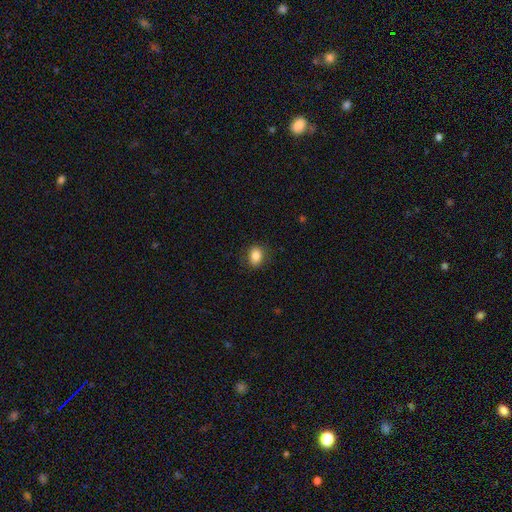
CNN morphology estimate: A smooth galaxy with no disk features (85%) that is in between round and cigar-shaped (61%). Merging: none (85%).